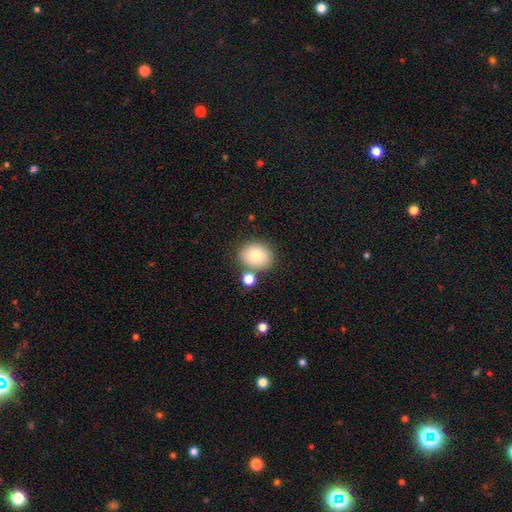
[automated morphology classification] Smooth or featured? smooth (80%)
How rounded? round (55%)
Merging? none (73%)